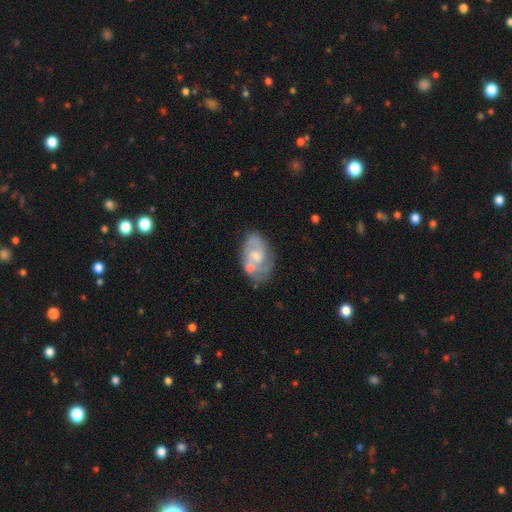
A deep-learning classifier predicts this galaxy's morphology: The model was most divided on "bulge size": moderate: 48%, small: 38%, none: 9%, large: 5%, dominant: 1%. More confident: edge-on disk — no (96%); spiral arms — yes (71%); smooth or featured — featured or disk (64%); bar — no (60%); merging — none (50%).